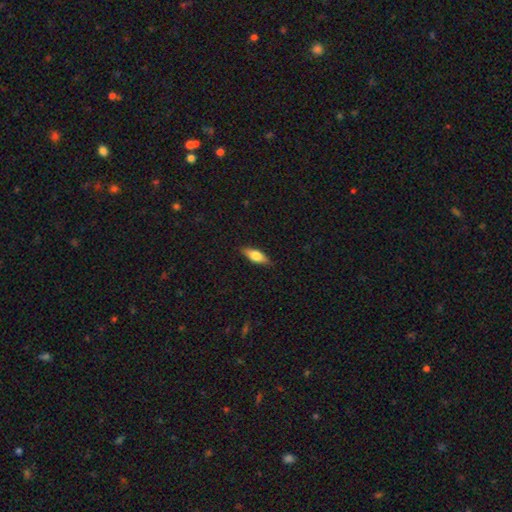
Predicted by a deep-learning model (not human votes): Overall: smooth (68%). How rounded: in between (68%; cigar-shaped 29%). Merging: none (87%).